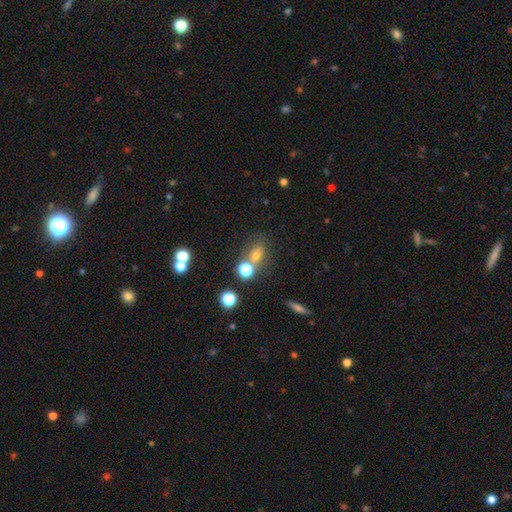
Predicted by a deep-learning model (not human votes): Smooth or featured: smooth — 62% (star or artifact — 21%)
How rounded: in between — 54% (round — 43%)
Merging: none — 52% (merger — 29%)